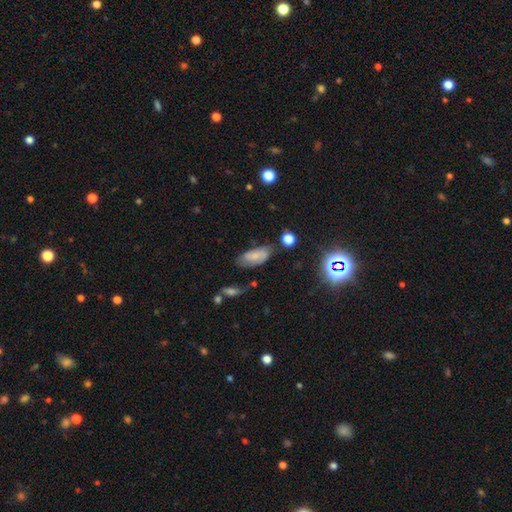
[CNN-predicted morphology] smooth_or_featured: smooth (p=0.58) [alt: featured or disk p=0.31]
how_rounded: in between (p=0.88) [alt: cigar-shaped p=0.09]
merging: none (p=0.59) [alt: minor disturbance p=0.26]